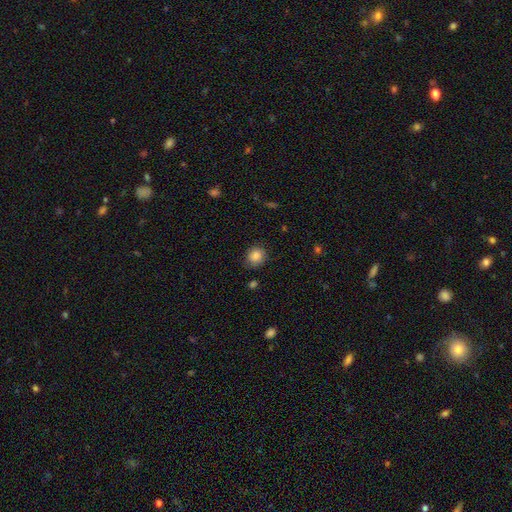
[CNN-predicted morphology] type=smooth (85%); roundness=round (84%); merging=none (83%).